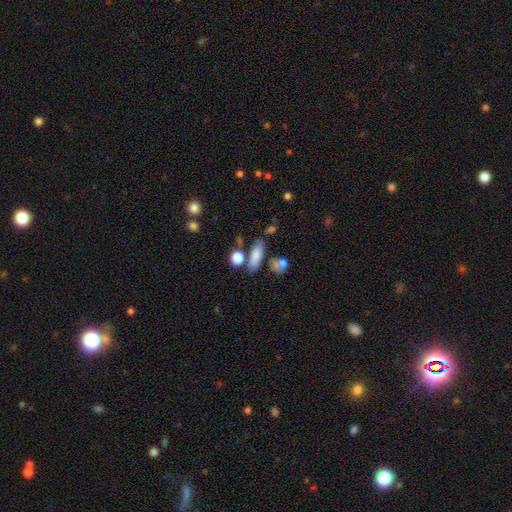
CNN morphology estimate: smooth 79%, featured or disk 12%, star or artifact 9%. Down the decision tree: how rounded — in between (62%); merging — none (69%).